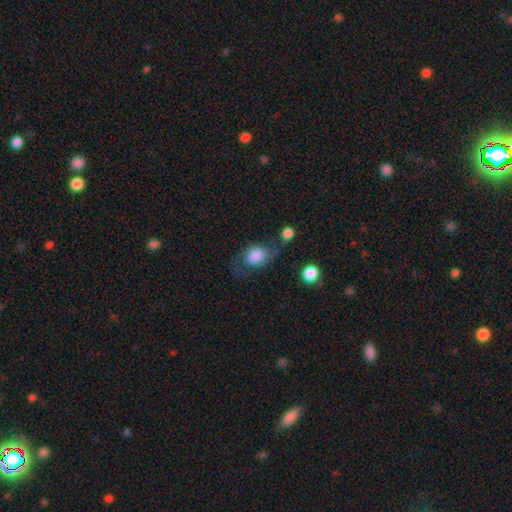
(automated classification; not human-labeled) smooth_or_featured: smooth (p=0.60) [alt: featured or disk p=0.32]
how_rounded: in between (p=0.61) [alt: round p=0.38]
merging: none (p=0.42) [alt: minor disturbance p=0.25]